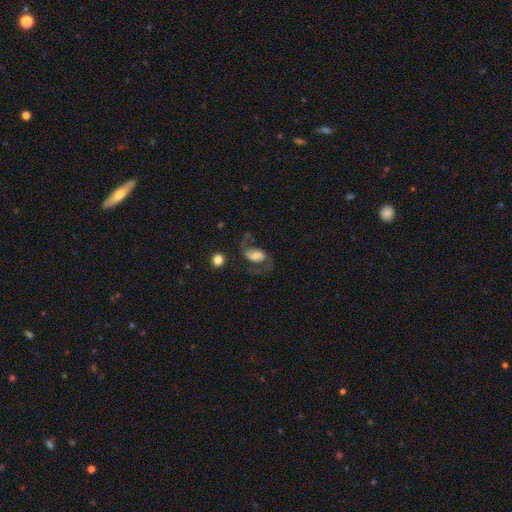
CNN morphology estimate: smooth-or-featured: featured or disk: 69% | smooth: 22% | star or artifact: 8%
  disk-edge-on: no: 97% | yes: 3%
    bar: weak: 42% | no: 38% | strong: 20%
    has-spiral-arms: yes: 92% | no: 8%
      spiral-winding: loose: 59% | medium: 34% | tight: 7%
      spiral-arm-count: 2: 87% | 1: 7% | can't tell: 3% | 3: 1% | 4: 1% | more than 4: 1%
    bulge-size: moderate: 40% | large: 26% | small: 21% | none: 7% | dominant: 5%
  merging: none: 56% | major disturbance: 24% | minor disturbance: 17% | merger: 4%